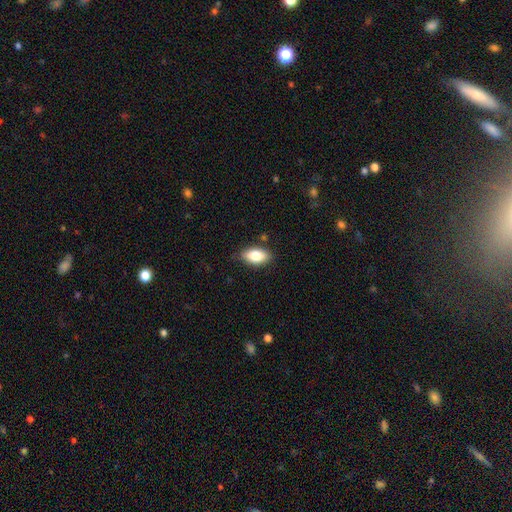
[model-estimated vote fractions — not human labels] A smooth galaxy with no disk features (82%) that is in between round and cigar-shaped (91%).

Vote fractions:
- Smooth or featured? smooth: 82% / featured or disk: 11% / star or artifact: 7%
- How rounded? in between: 91% / cigar-shaped: 5% / round: 5%
- Merging? none: 83% / minor disturbance: 13% / major disturbance: 3% / merger: 2%